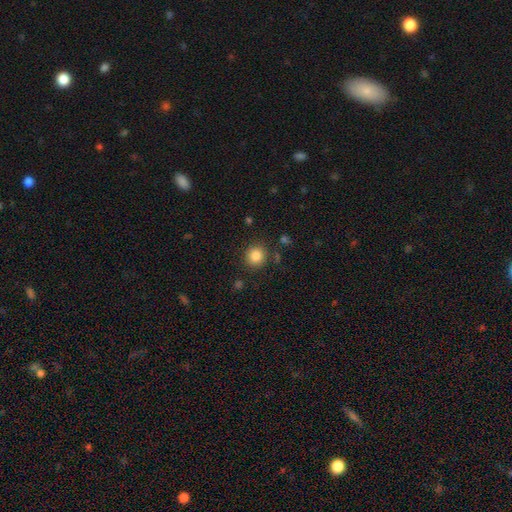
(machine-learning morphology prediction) type=smooth (85%); roundness=round (87%); merging=none (87%).